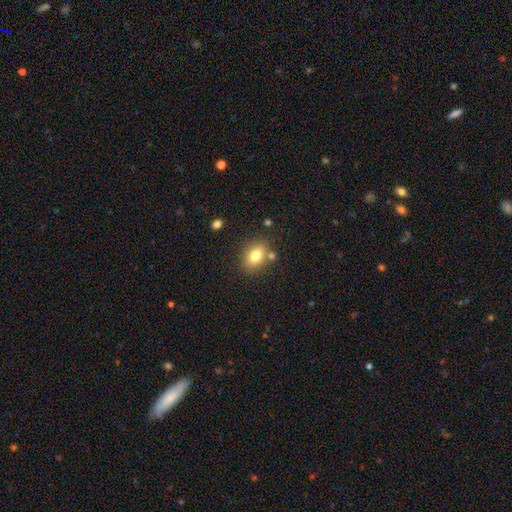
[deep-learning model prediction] Q: Smooth or featured?
A: smooth (78%); runner-up: featured or disk (12%)
Q: How rounded?
A: in between (71%); runner-up: round (27%)
Q: Merging?
A: none (75%); runner-up: minor disturbance (12%)